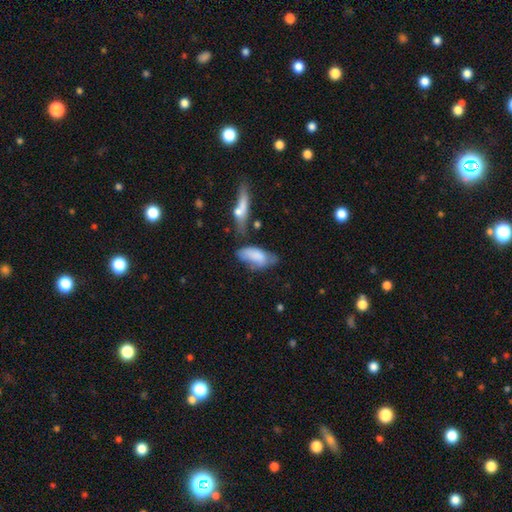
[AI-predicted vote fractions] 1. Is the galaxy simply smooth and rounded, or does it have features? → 72% smooth, 20% featured or disk, 7% star or artifact.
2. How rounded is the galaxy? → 86% in between, 12% cigar-shaped, 2% round.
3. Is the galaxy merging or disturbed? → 33% none (tied), 33% minor disturbance (tied), 19% major disturbance, 15% merger.